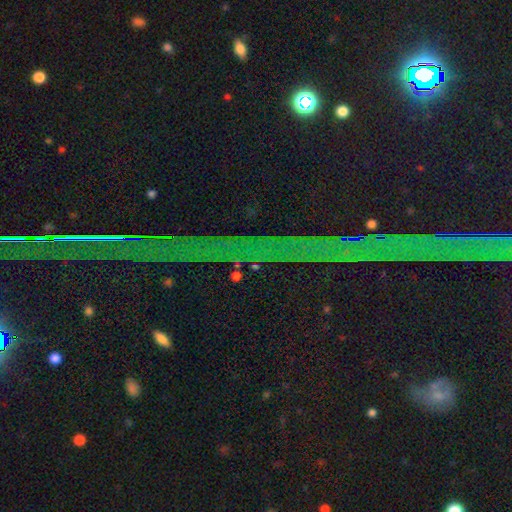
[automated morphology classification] This appears to be a star or artifact, not a galaxy (74%).